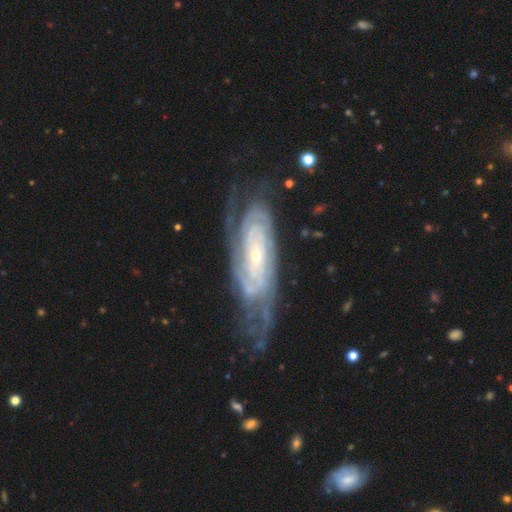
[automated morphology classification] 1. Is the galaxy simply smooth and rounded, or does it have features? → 88% featured or disk, 7% smooth, 5% star or artifact.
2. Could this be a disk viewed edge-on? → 90% no, 10% yes.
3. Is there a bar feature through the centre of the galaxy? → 66% no, 23% weak, 11% strong.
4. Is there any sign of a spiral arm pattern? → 96% yes, 4% no.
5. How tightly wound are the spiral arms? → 76% tight, 20% medium, 4% loose.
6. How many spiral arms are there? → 37% can't tell, 23% 2, 13% 3, 13% 4, 9% more than 4, 5% 1.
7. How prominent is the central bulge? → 78% small, 19% moderate, 1% large, 1% none, 1% dominant.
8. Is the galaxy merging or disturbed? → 67% none, 20% minor disturbance, 11% major disturbance, 2% merger.